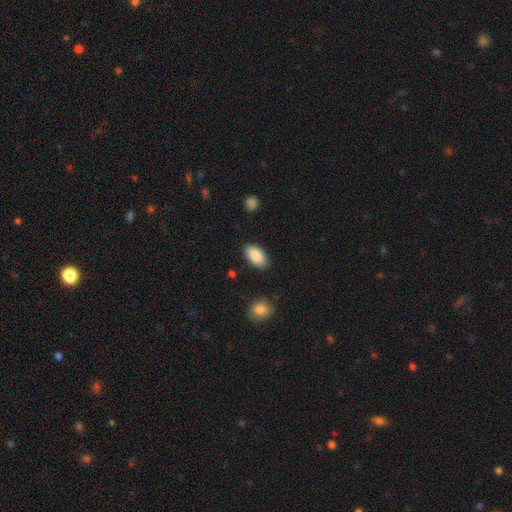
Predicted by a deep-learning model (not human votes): This is clearly a smooth galaxy (88%). How rounded: clearly in between (94%). Merging: clearly none (87%).